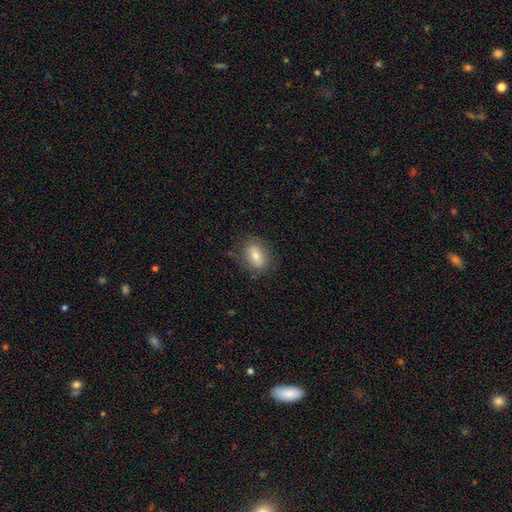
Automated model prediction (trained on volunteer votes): smooth-or-featured: smooth: 70% | featured or disk: 20% | star or artifact: 9%
  how-rounded: in between: 74% | round: 24% | cigar-shaped: 2%
  merging: none: 79% | minor disturbance: 15% | major disturbance: 5% | merger: 1%